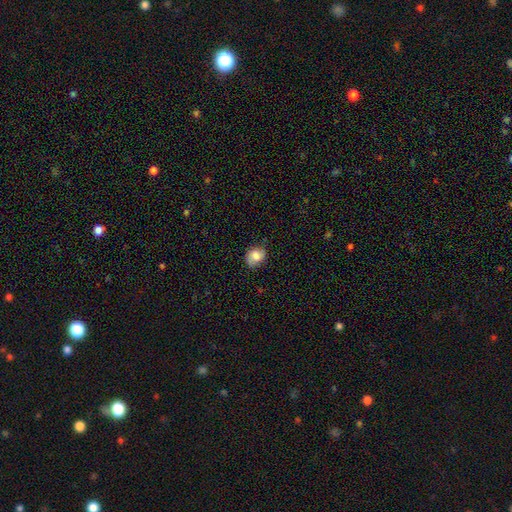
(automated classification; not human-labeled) Smooth or featured? Predicted: smooth (p=0.78). How rounded? Predicted: in between (p=0.57). Merging? Predicted: none (p=0.71).